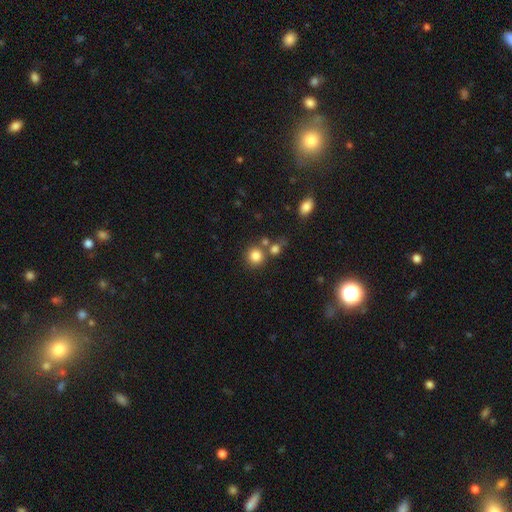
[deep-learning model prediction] Smooth or featured: smooth — 82% (star or artifact — 12%)
How rounded: round — 89% (in between — 10%)
Merging: none — 69% (merger — 19%)